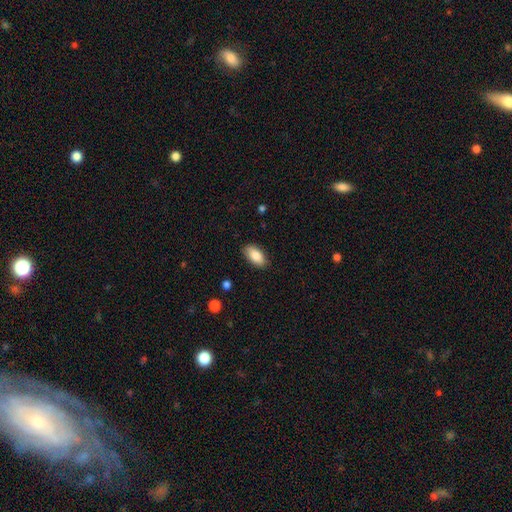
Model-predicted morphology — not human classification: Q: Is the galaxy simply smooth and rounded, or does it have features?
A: smooth — 85%.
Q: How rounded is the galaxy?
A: in between — 93%.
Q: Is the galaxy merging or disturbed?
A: none — 86%.